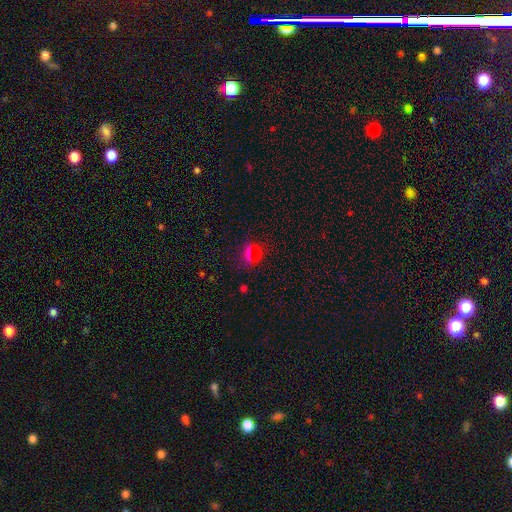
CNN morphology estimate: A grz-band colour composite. It shows a smooth galaxy with no disk features (61%) that is round (73%). Merging: none (81%).